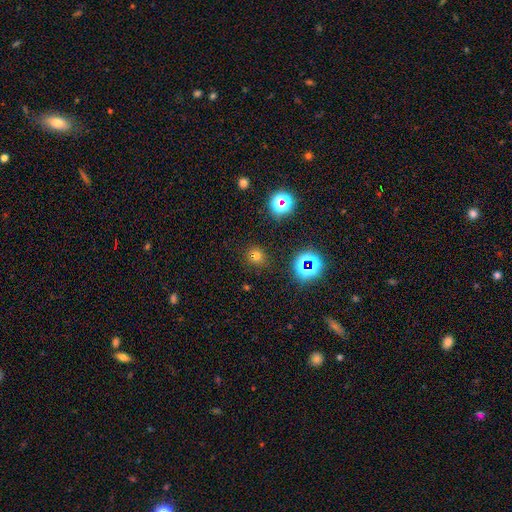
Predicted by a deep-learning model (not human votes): Overall: smooth (63%; star or artifact 31%). How rounded: round (87%). Merging: none (83%).